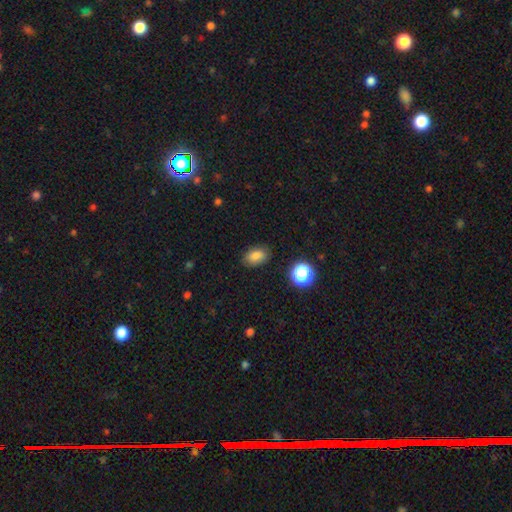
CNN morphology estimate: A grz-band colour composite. It shows a smooth galaxy with no disk features (83%) that is in between round and cigar-shaped (85%). Merging: none (85%).